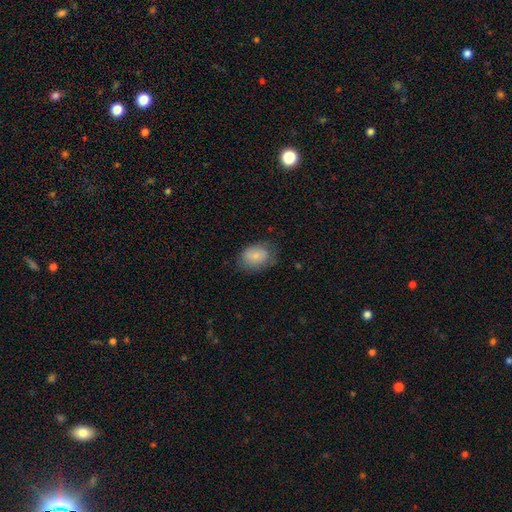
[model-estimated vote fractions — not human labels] Smooth or featured?
  - smooth: 80% *
  - featured or disk: 13%
  - star or artifact: 7%
How rounded?
  - in between: 73% *
  - round: 26%
  - cigar-shaped: 1%
Merging?
  - none: 69% *
  - minor disturbance: 22%
  - major disturbance: 7%
  - merger: 1%